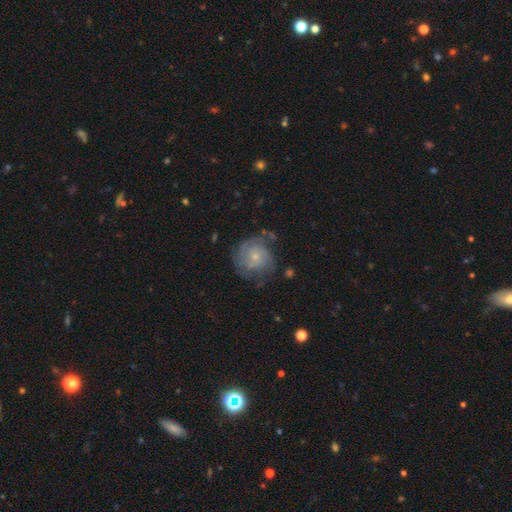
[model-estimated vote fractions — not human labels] Smooth or featured: featured or disk — 74% (smooth — 19%)
Edge-on disk: no — 98% (yes — 2%)
Bar: no — 77% (weak — 20%)
Spiral arms: yes — 91% (no — 9%)
Spiral winding: tight — 60% (medium — 30%)
Spiral arm count: can't tell — 33% (2 — 29%)
Bulge size: small — 73% (moderate — 20%)
Merging: none — 62% (minor disturbance — 22%)